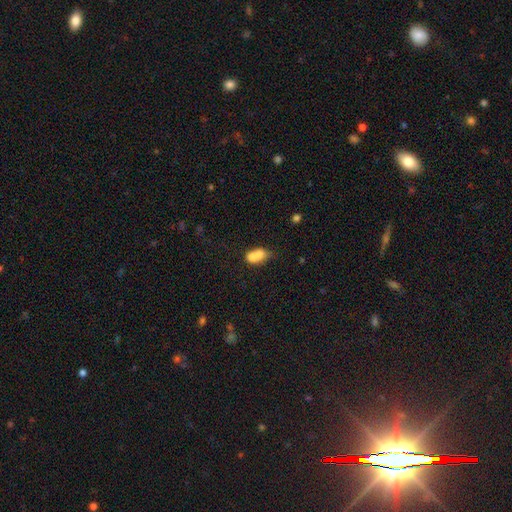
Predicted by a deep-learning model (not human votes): Smooth or featured? smooth (71%)
How rounded? in between (74%)
Merging? merger (55%)